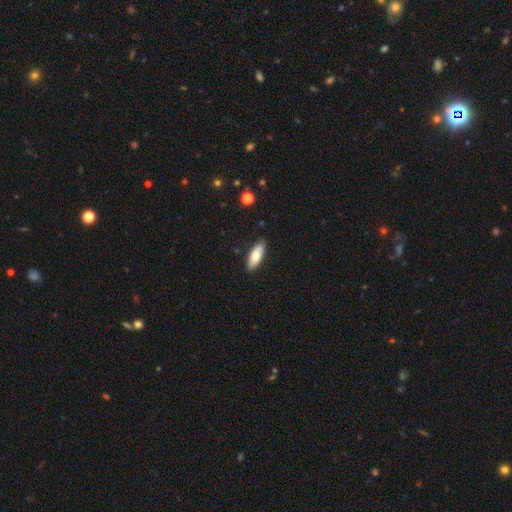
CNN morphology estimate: This is likely a smooth galaxy (73%). How rounded: likely in between (73%). Merging: clearly none (84%).